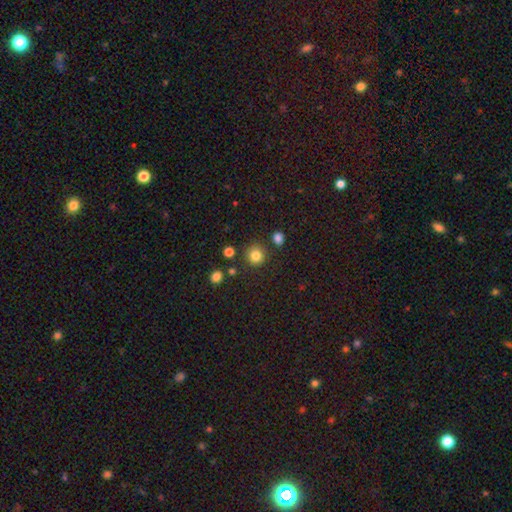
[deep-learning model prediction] Smooth or featured? smooth (82%)
How rounded? round (91%)
Merging? none (83%)